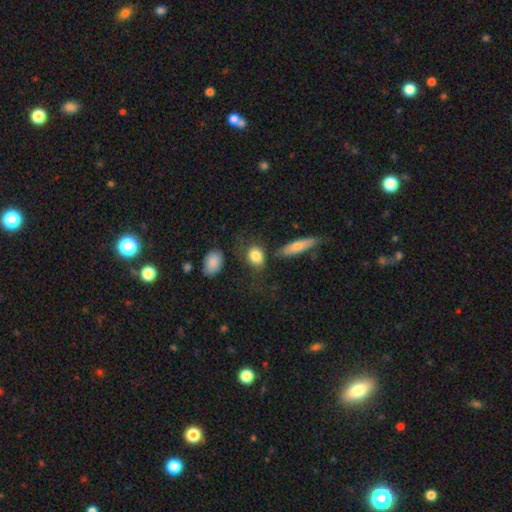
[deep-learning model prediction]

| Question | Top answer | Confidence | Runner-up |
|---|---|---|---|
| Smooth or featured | smooth | 83% | featured or disk (10%) |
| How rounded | in between | 56% | round (40%) |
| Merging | none | 61% | minor disturbance (19%) |